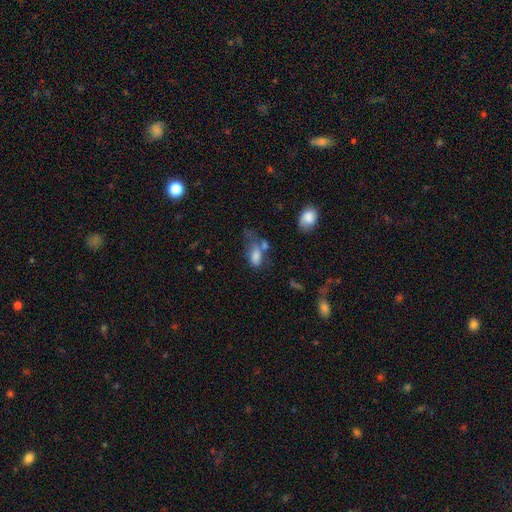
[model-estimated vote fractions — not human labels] A smooth galaxy with no disk features (74%) that is in between round and cigar-shaped (88%).

Vote fractions:
- Smooth or featured? smooth: 74% / featured or disk: 16% / star or artifact: 10%
- How rounded? in between: 88% / round: 8% / cigar-shaped: 4%
- Merging? major disturbance: 31% / merger: 23% / none: 23% / minor disturbance: 23%